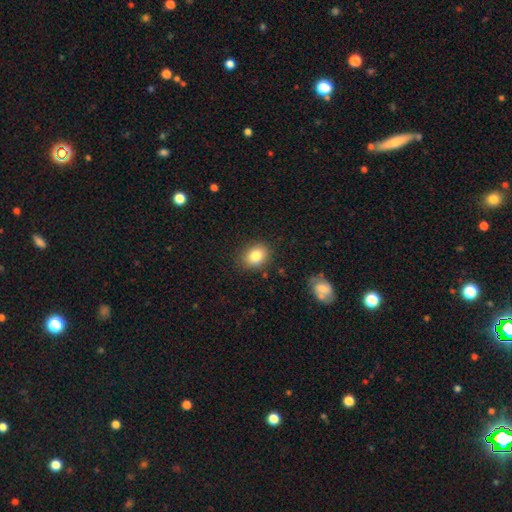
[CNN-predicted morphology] The model was most divided on "how rounded": in between: 53%, round: 46%, cigar-shaped: 1%. More confident: merging — none (85%); smooth or featured — smooth (83%).